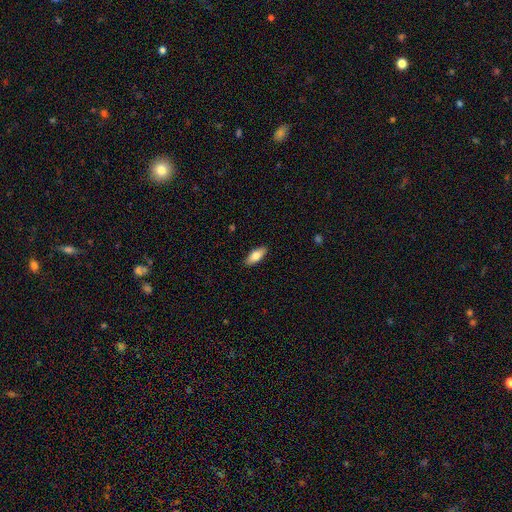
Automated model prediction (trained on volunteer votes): This is likely a smooth galaxy (78%). How rounded: likely in between (78%). Merging: clearly none (89%).